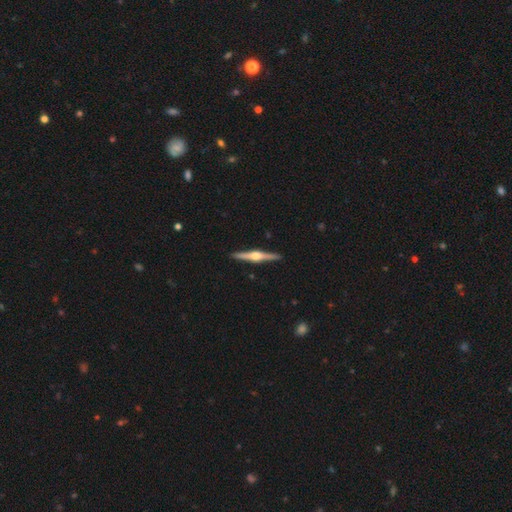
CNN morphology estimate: Smooth or featured? Predicted: featured or disk (p=0.82). Edge-on disk? Predicted: yes (p=0.99). Edge-on bulge? Predicted: rounded (p=0.95). Merging? Predicted: none (p=0.93).